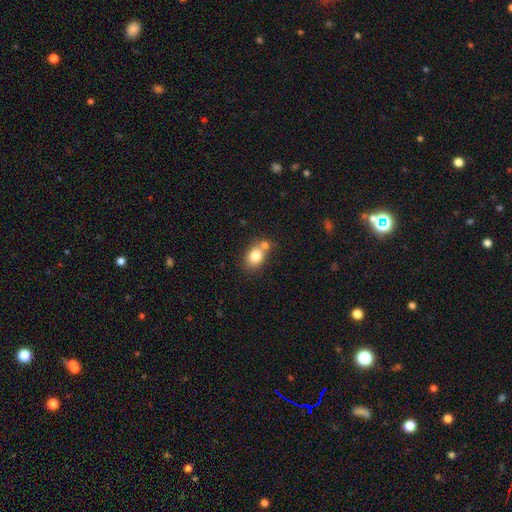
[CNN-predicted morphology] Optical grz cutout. It shows a smooth galaxy with no disk features (79%) that is in between round and cigar-shaped (60%). Merging: none (45%).